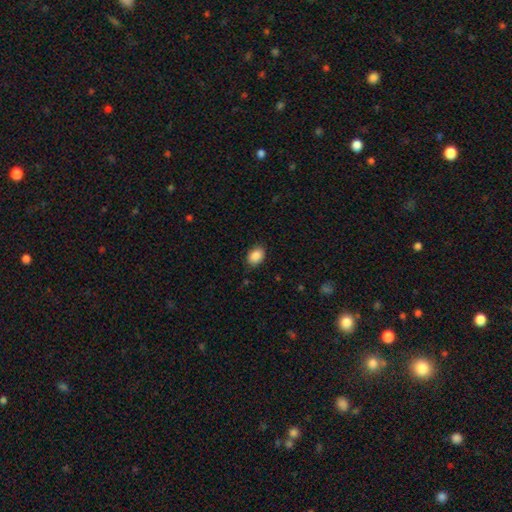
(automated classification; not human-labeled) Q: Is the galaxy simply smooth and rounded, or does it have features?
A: smooth — 88%.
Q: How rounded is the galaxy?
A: in between — 80%.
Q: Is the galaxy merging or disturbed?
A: none — 85%.